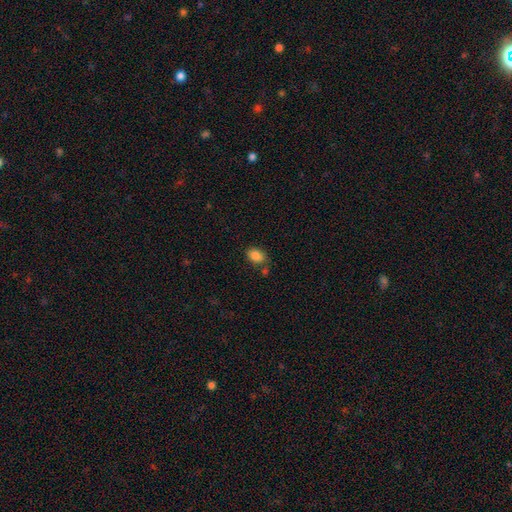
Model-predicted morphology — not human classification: type=smooth (87%); roundness=in between (80%); merging=none (70%).